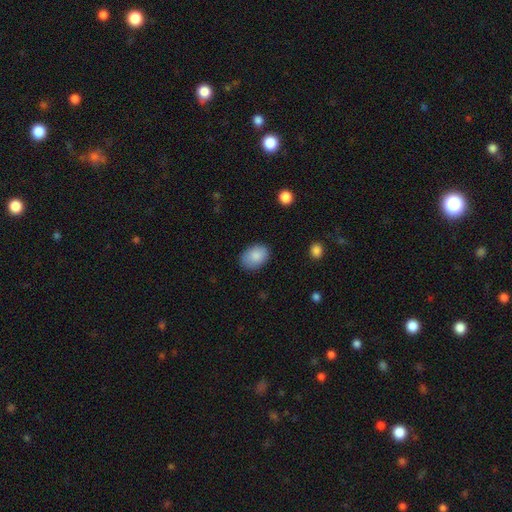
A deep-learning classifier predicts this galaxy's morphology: This is clearly a smooth galaxy (87%). How rounded: clearly in between (80%). Merging: clearly none (82%).